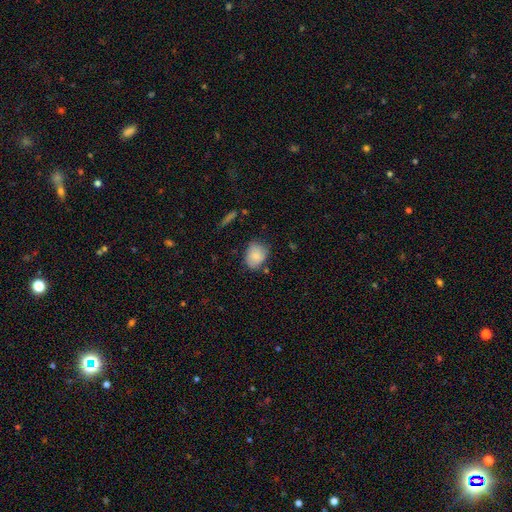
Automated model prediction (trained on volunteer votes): Morphology: type=smooth (83%); roundness=in between (58%); merging=none (67%).